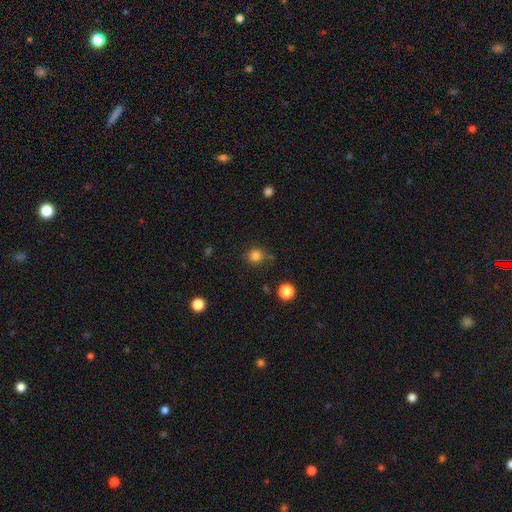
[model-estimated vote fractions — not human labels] smooth_or_featured: smooth (p=0.83) [alt: star or artifact p=0.13]
how_rounded: round (p=0.89) [alt: in between p=0.10]
merging: none (p=0.80) [alt: minor disturbance p=0.12]